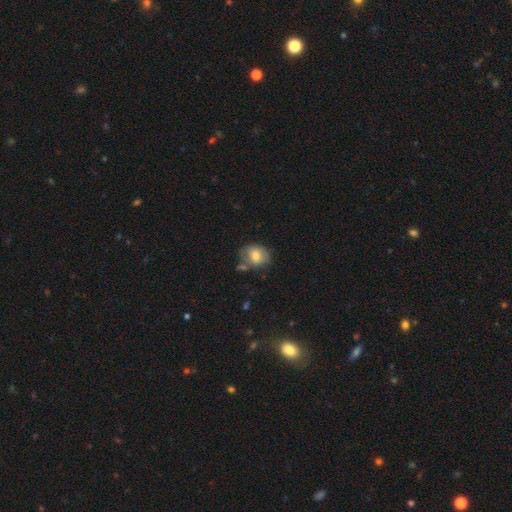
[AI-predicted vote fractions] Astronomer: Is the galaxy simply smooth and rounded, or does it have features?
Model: smooth — 67%.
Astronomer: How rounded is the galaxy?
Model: in between — 56% (runner-up: round, 43%).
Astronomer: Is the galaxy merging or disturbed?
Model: none — 55%.